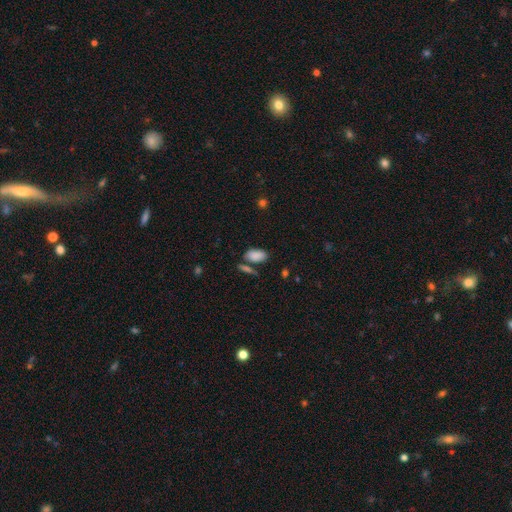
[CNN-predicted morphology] Overall: smooth (86%). How rounded: in between (92%). Merging: none (63%).